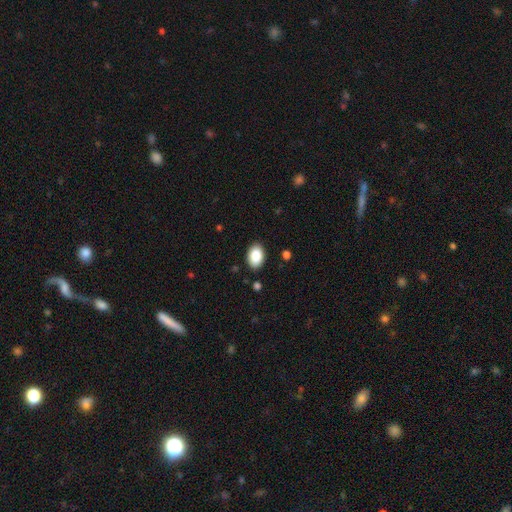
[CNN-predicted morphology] The model was most divided on "merging": none: 88%, minor disturbance: 9%, major disturbance: 2%, merger: 1%. More confident: how rounded — in between (89%); smooth or featured — smooth (89%).